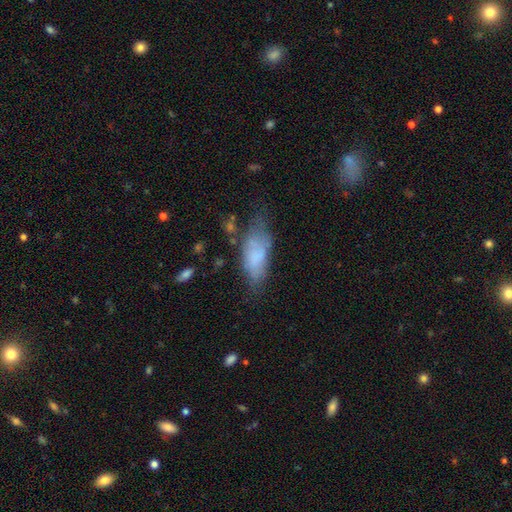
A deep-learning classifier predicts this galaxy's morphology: Overall: smooth (67%). How rounded: in between (78%). Merging: none (43%; minor disturbance 32%).